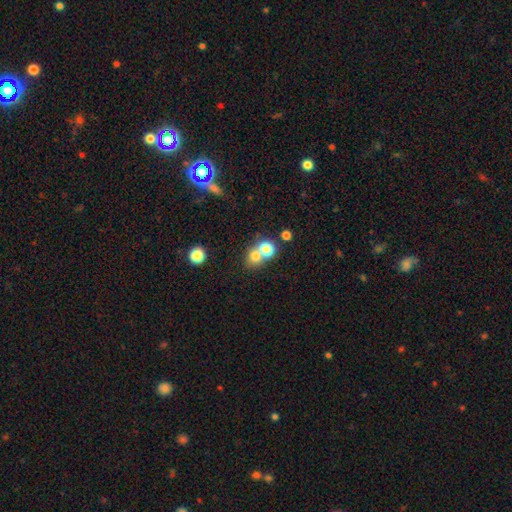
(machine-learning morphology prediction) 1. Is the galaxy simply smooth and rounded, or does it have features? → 74% smooth, 14% star or artifact, 12% featured or disk.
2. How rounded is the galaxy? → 75% round, 24% in between, 1% cigar-shaped.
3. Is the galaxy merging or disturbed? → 52% merger, 39% none, 6% minor disturbance, 3% major disturbance.